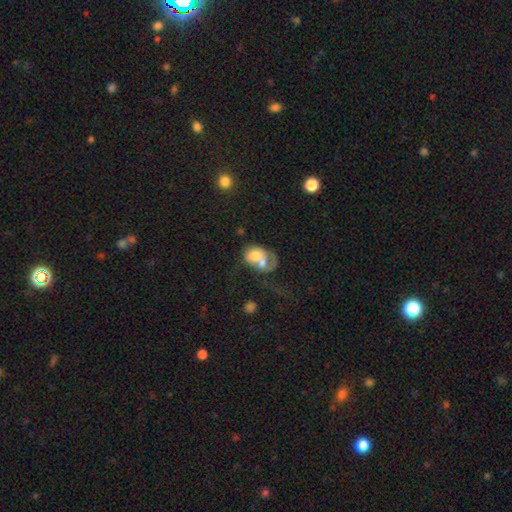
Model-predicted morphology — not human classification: smooth-or-featured: smooth: 57% | featured or disk: 35% | star or artifact: 8%
  how-rounded: in between: 59% | round: 40% | cigar-shaped: 1%
  merging: merger: 68% | major disturbance: 13% | none: 12% | minor disturbance: 7%